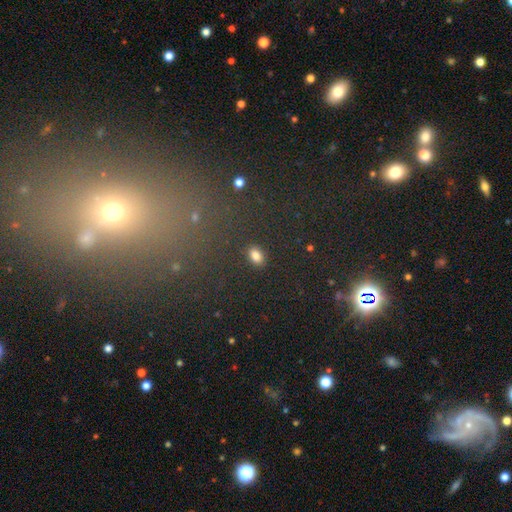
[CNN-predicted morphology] smooth 83%, star or artifact 12%, featured or disk 5%. Down the decision tree: how rounded — in between (82%); merging — none (89%).